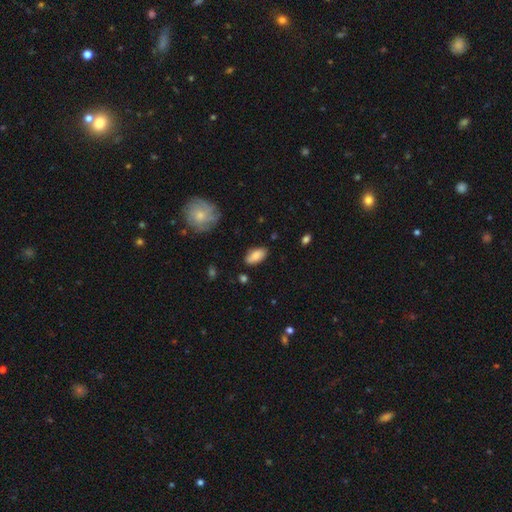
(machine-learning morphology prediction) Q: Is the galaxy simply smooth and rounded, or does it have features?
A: smooth — 82%.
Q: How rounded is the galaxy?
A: in between — 92%.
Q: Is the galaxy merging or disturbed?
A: none — 81%.